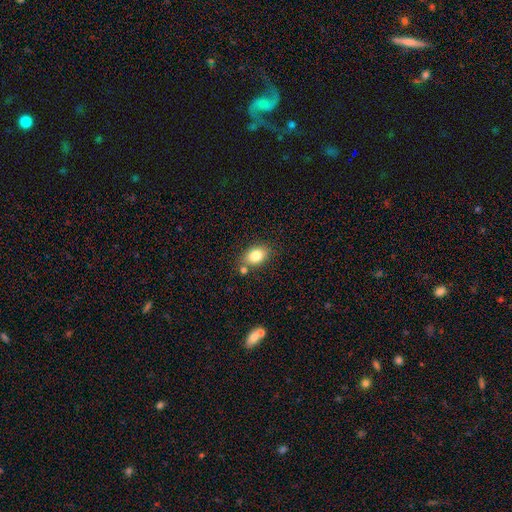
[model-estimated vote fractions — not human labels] This is clearly a smooth galaxy (82%). How rounded: likely in between (78%). Merging: likely none (72%).